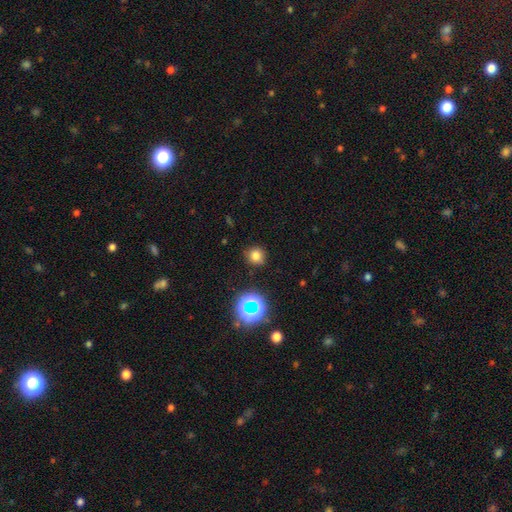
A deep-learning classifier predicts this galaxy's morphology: Overall: smooth (75%). How rounded: round (90%). Merging: none (87%).